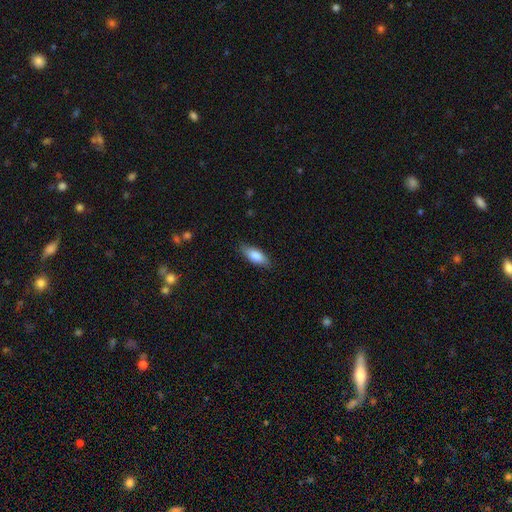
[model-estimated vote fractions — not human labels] Overall: smooth (83%). How rounded: in between (74%). Merging: none (84%).